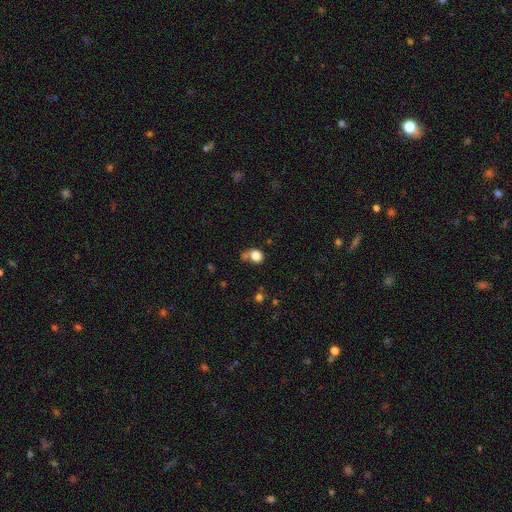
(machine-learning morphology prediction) Smooth or featured? smooth (82%)
How rounded? round (63%)
Merging? none (50%)